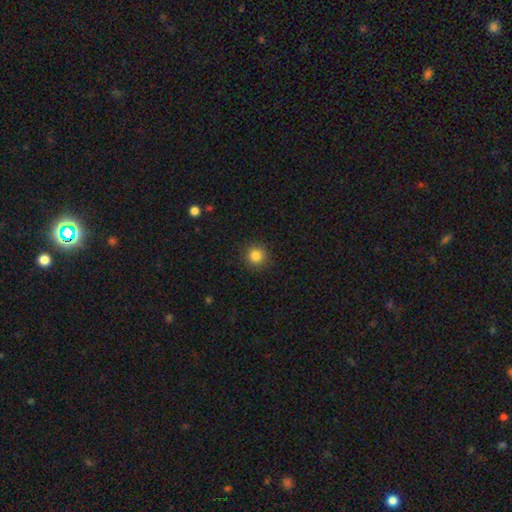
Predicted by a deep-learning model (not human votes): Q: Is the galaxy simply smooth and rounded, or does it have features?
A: smooth — 84%.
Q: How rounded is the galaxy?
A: round — 94%.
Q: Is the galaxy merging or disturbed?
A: none — 91%.